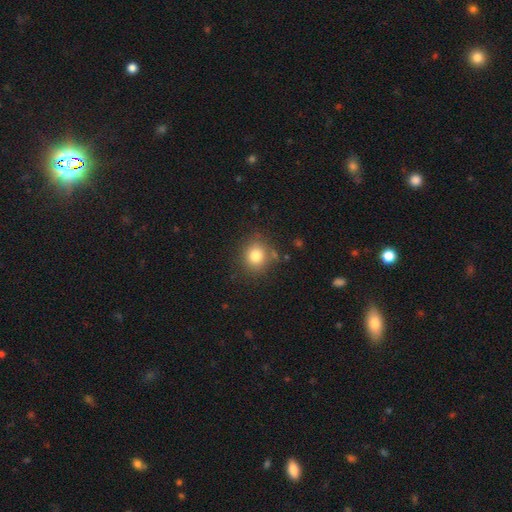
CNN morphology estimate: smooth 81%, star or artifact 12%, featured or disk 7%. Down the decision tree: how rounded — round (82%); merging — none (80%).